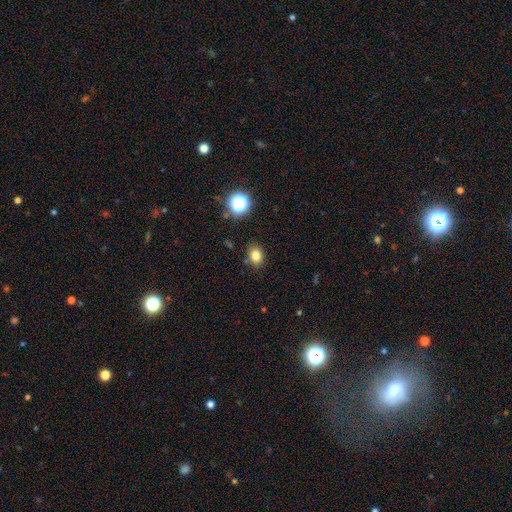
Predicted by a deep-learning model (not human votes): The model was most divided on "how rounded": in between: 62%, round: 37%, cigar-shaped: 1%. More confident: merging — none (84%); smooth or featured — smooth (80%).